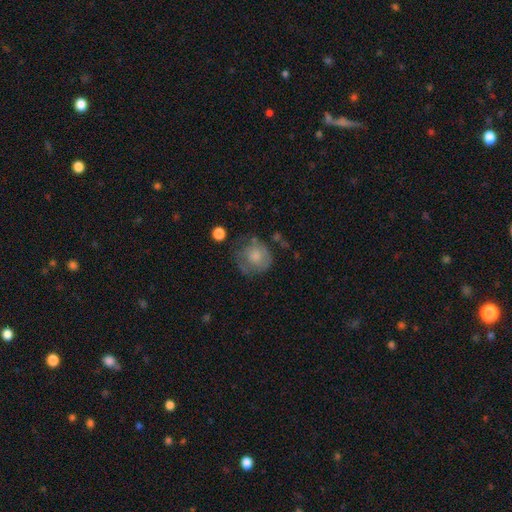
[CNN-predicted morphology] This is likely a smooth galaxy (66%). How rounded: clearly round (83%). Merging: possibly none (49%).